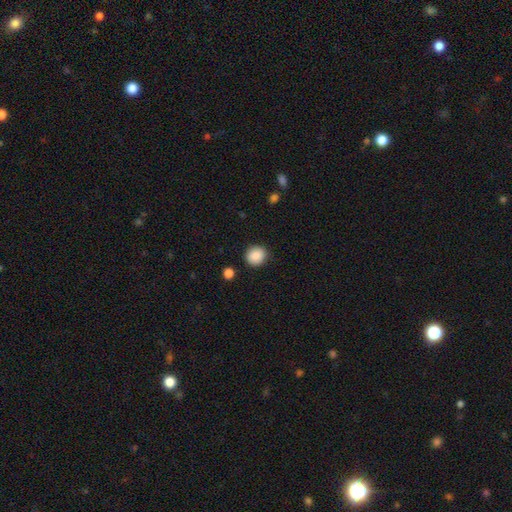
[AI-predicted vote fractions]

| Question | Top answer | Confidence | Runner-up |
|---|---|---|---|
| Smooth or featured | smooth | 89% | star or artifact (8%) |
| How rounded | round | 84% | in between (15%) |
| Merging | none | 88% | minor disturbance (8%) |